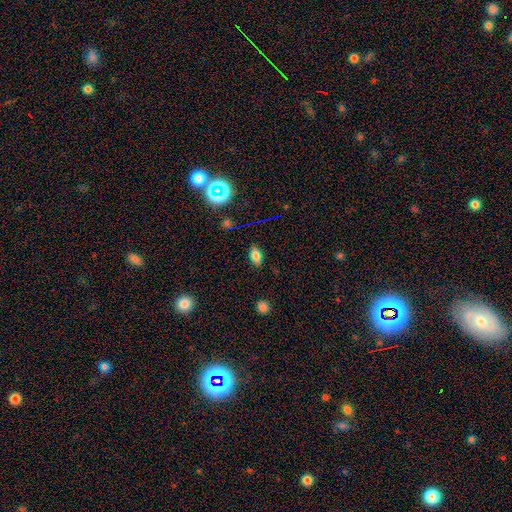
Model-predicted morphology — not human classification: A smooth galaxy with no disk features (76%) that is in between round and cigar-shaped (86%).

Vote fractions:
- Smooth or featured? smooth: 76% / star or artifact: 14% / featured or disk: 10%
- How rounded? in between: 86% / round: 11% / cigar-shaped: 3%
- Merging? none: 84% / minor disturbance: 12% / major disturbance: 3% / merger: 1%